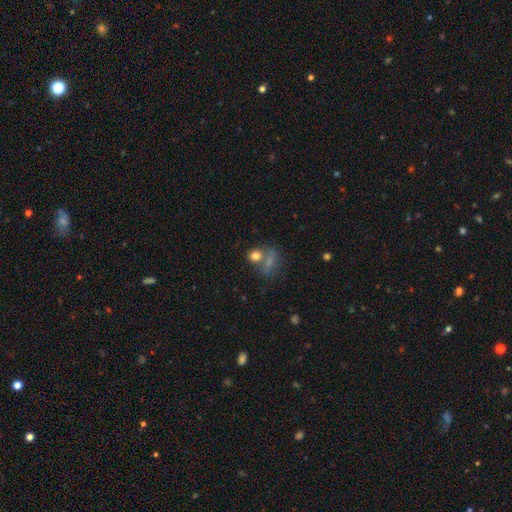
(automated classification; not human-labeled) Overall: smooth (76%). How rounded: round (53%; in between 44%). Merging: none (44%; merger 36%).